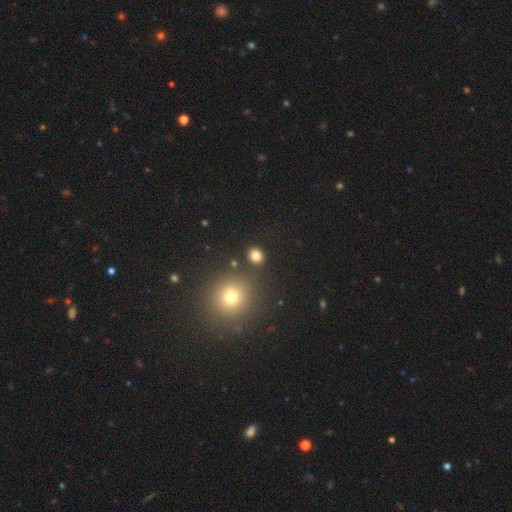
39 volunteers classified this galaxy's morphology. This is clearly a smooth galaxy (90%). How rounded: clearly round (80%). Merging: clearly none (89%).